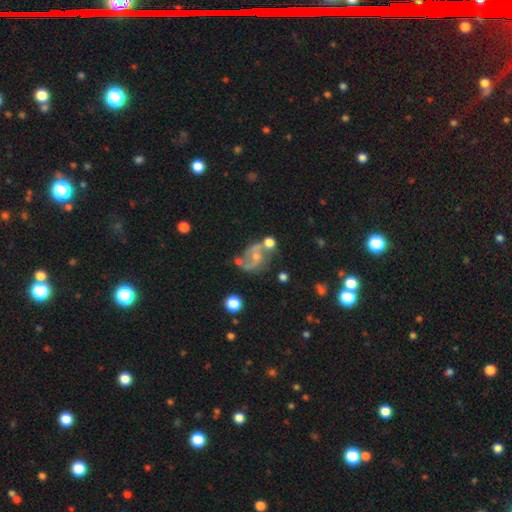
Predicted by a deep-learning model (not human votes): smooth_or_featured: featured or disk (p=0.73) [alt: smooth p=0.17]
disk_edge_on: no (p=0.98) [alt: yes p=0.02]
bar: no (p=0.49) [alt: weak p=0.38]
has_spiral_arms: yes (p=0.85) [alt: no p=0.15]
spiral_winding: medium (p=0.44) [alt: loose p=0.43]
spiral_arm_count: 2 (p=0.83) [alt: can't tell p=0.07]
bulge_size: small (p=0.52) [alt: moderate p=0.37]
merging: none (p=0.43) [alt: minor disturbance p=0.21]